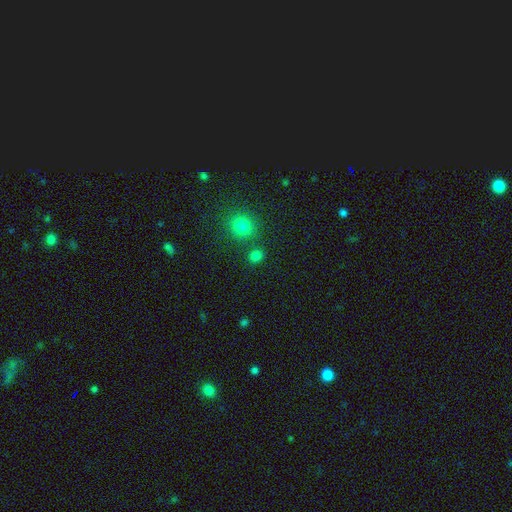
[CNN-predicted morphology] This is likely a smooth galaxy (78%). How rounded: likely round (79%). Merging: likely none (76%).